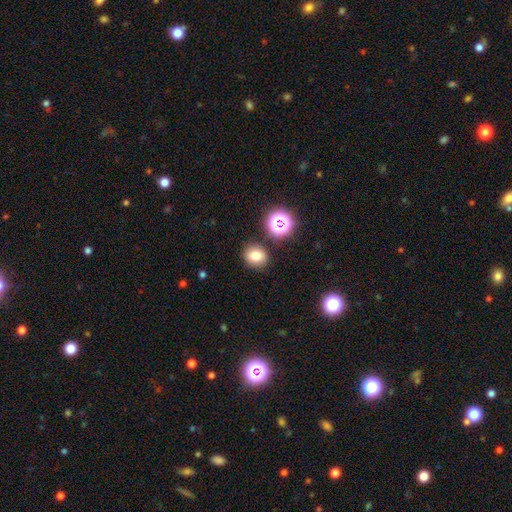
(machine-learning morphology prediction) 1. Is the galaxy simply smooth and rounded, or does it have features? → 74% smooth, 16% star or artifact, 10% featured or disk.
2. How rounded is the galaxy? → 68% round, 31% in between, 1% cigar-shaped.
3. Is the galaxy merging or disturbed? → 83% none, 10% minor disturbance, 5% merger, 3% major disturbance.